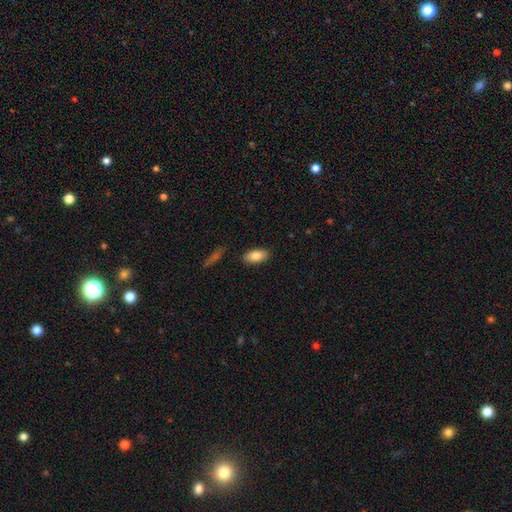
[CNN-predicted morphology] Smooth or featured: smooth — 85% (featured or disk — 8%)
How rounded: in between — 91% (cigar-shaped — 6%)
Merging: none — 88% (minor disturbance — 9%)